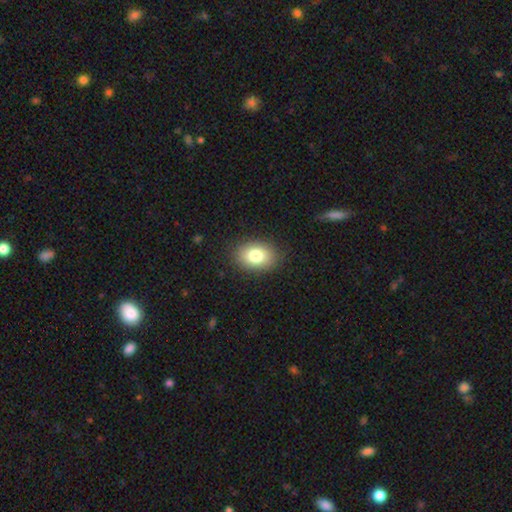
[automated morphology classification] Overall: smooth (81%). How rounded: in between (76%). Merging: none (87%).